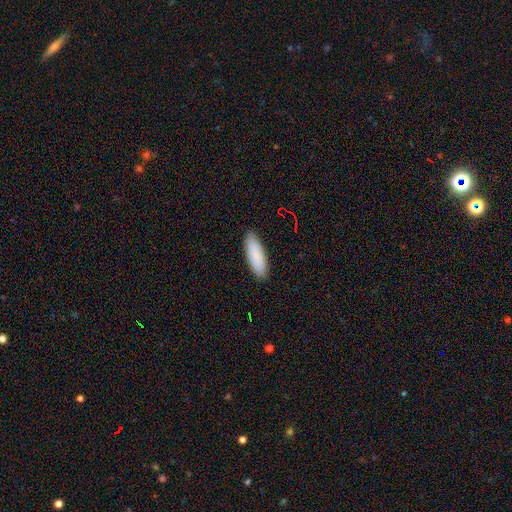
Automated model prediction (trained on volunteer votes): Smooth or featured? smooth (88%)
How rounded? in between (58%)
Merging? none (89%)